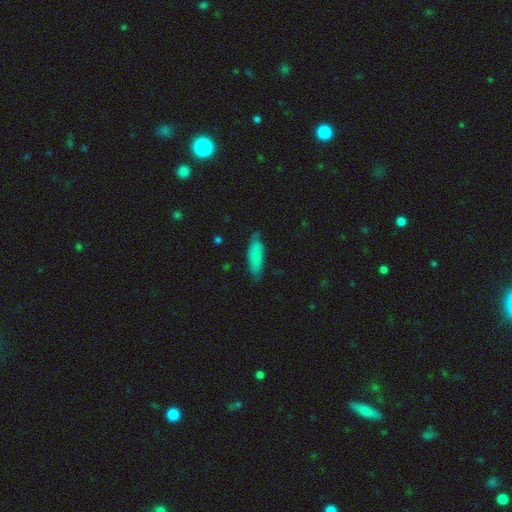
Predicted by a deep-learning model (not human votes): Overall: smooth (76%). How rounded: in between (63%; cigar-shaped 35%). Merging: none (69%).